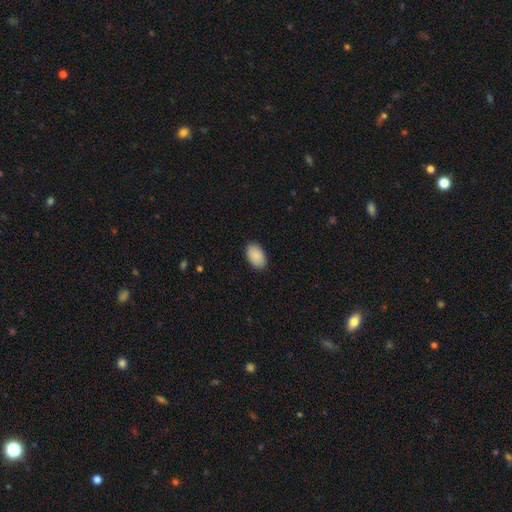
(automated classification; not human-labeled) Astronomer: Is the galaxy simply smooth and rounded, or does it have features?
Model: smooth — 91%.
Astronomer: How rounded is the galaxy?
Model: in between — 94%.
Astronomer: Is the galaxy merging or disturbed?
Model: none — 89%.